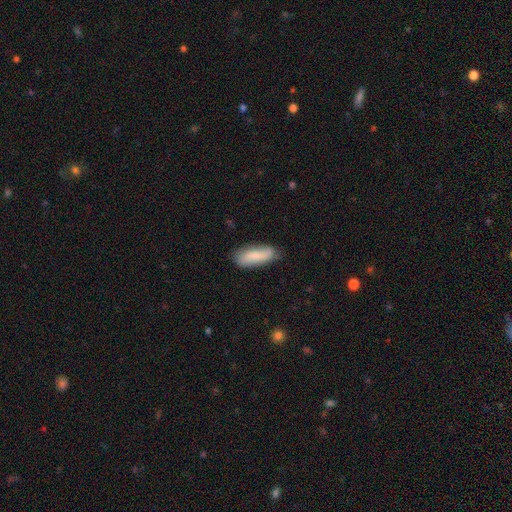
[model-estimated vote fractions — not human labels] smooth-or-featured: smooth: 73% | featured or disk: 21% | star or artifact: 6%
  how-rounded: in between: 63% | cigar-shaped: 35% | round: 2%
  merging: none: 76% | minor disturbance: 19% | major disturbance: 4% | merger: 2%